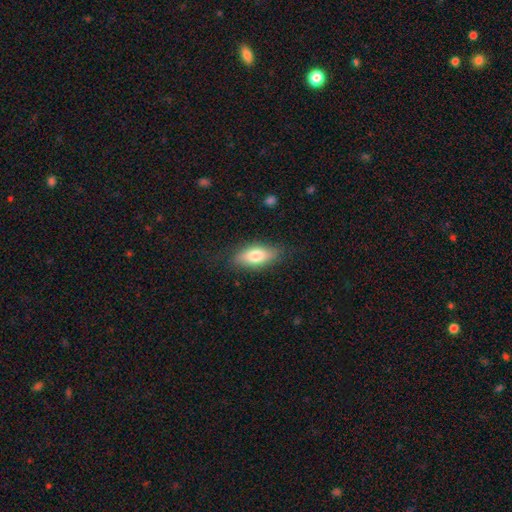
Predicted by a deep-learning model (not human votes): Smooth or featured? smooth (75%)
How rounded? in between (81%)
Merging? none (80%)